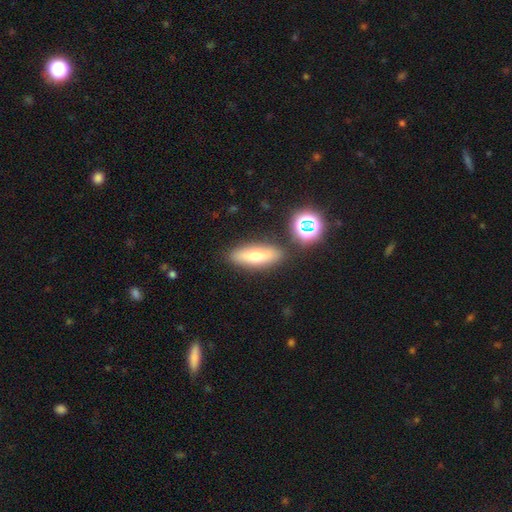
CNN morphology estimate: Smooth or featured? Predicted: smooth (p=0.61). How rounded? Predicted: cigar-shaped (p=0.51). Merging? Predicted: none (p=0.85).